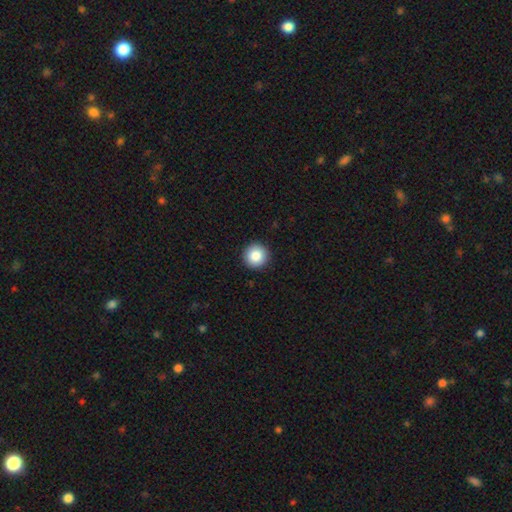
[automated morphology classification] Smooth or featured? smooth (86%)
How rounded? round (96%)
Merging? none (93%)